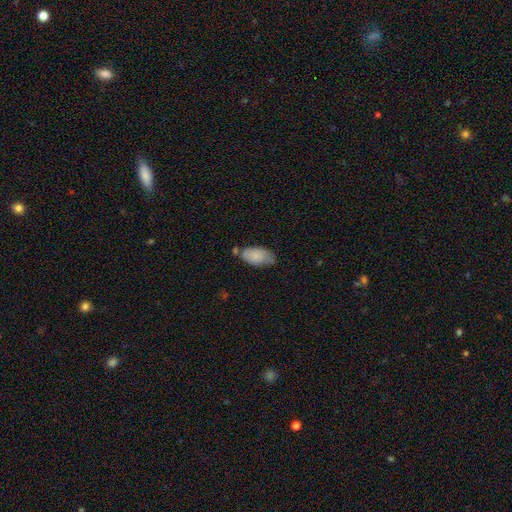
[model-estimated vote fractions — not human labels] smooth_or_featured: smooth (p=0.81) [alt: featured or disk p=0.12]
how_rounded: in between (p=0.93) [alt: cigar-shaped p=0.04]
merging: none (p=0.55) [alt: minor disturbance p=0.29]